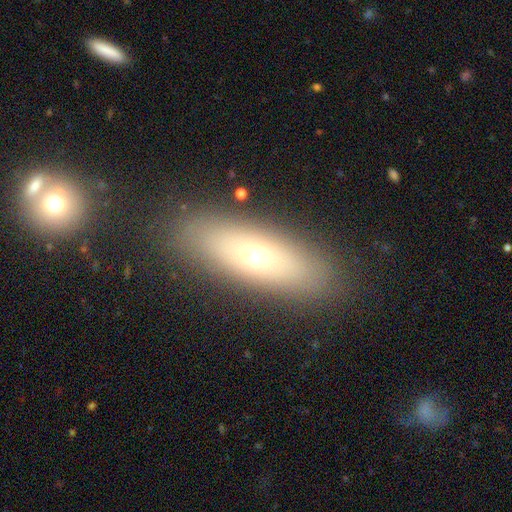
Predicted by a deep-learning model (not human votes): Smooth or featured?
  - smooth: 60% *
  - featured or disk: 30%
  - star or artifact: 10%
How rounded?
  - in between: 53% *
  - cigar-shaped: 44%
  - round: 4%
Merging?
  - none: 85% *
  - minor disturbance: 9%
  - major disturbance: 3%
  - merger: 3%